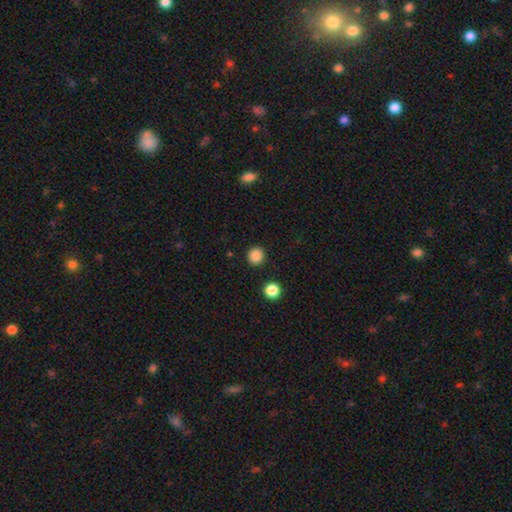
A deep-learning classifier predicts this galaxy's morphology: Smooth or featured? smooth (86%)
How rounded? round (92%)
Merging? none (91%)